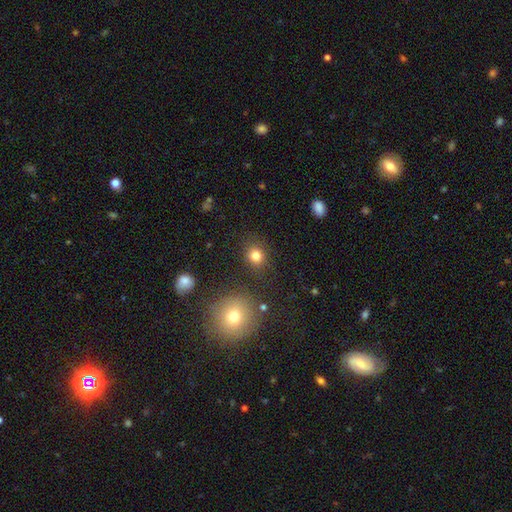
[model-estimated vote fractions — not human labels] Overall: smooth (81%). How rounded: round (79%). Merging: none (84%).